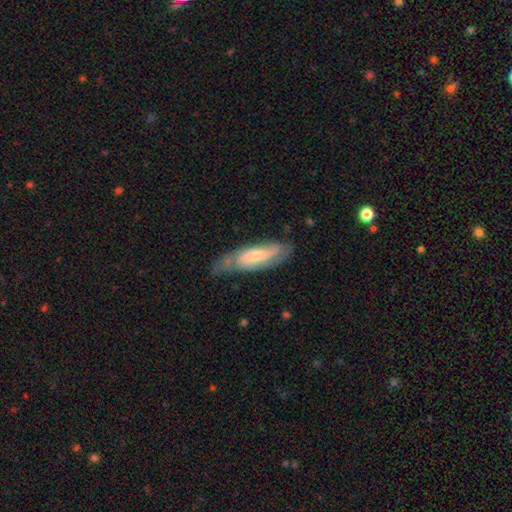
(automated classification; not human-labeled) The model was most divided on "bulge size": moderate: 46%, small: 44%, large: 5%, none: 4%, dominant: 1%. Remaining: spiral arms — yes (88%); edge-on disk — no (79%); smooth or featured — featured or disk (64%); merging — none (59%); bar — no (47%).